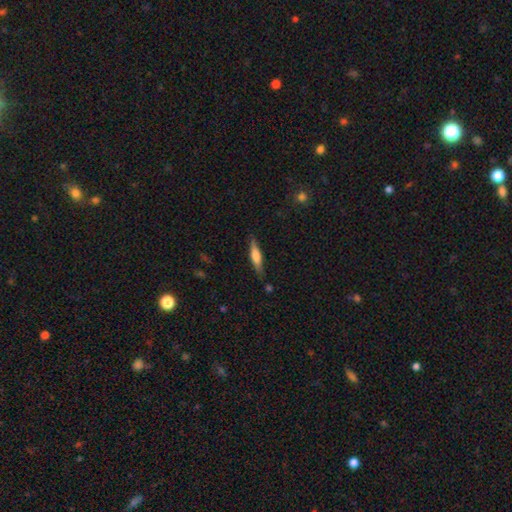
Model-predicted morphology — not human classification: A smooth galaxy with no disk features (53%) that is cigar-shaped (81%). Merging: none (83%).